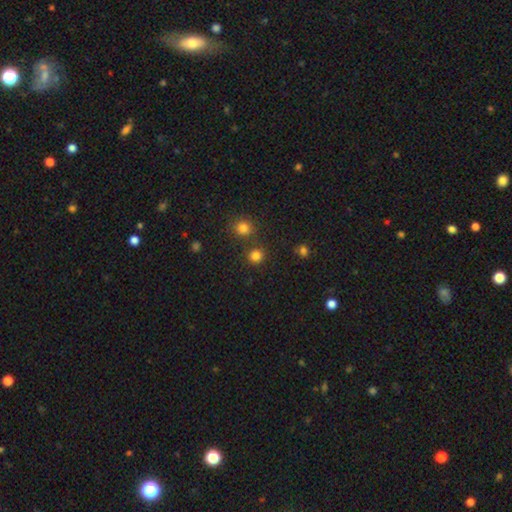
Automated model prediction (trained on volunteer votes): Smooth or featured?
  - smooth: 81% *
  - star or artifact: 15%
  - featured or disk: 4%
How rounded?
  - round: 90% *
  - in between: 9%
  - cigar-shaped: 1%
Merging?
  - none: 79% *
  - merger: 10%
  - minor disturbance: 7%
  - major disturbance: 3%